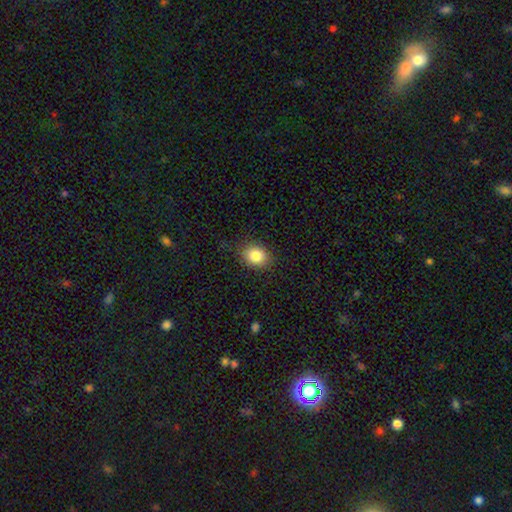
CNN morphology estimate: This is clearly a smooth galaxy (84%). How rounded: possibly in between (57%). Merging: clearly none (84%).